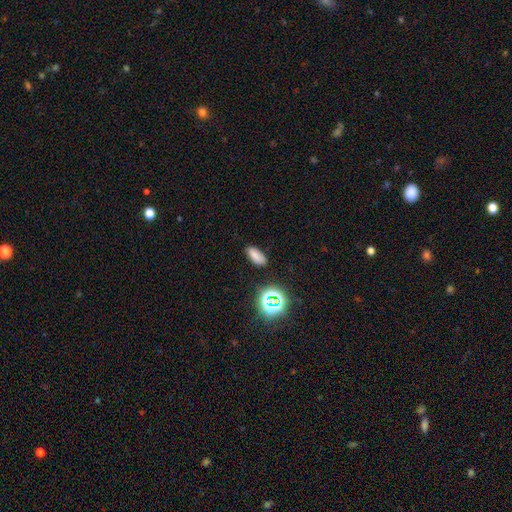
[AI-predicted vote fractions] Q: Smooth or featured?
A: smooth (75%); runner-up: star or artifact (18%)
Q: How rounded?
A: in between (84%); runner-up: cigar-shaped (11%)
Q: Merging?
A: none (84%); runner-up: minor disturbance (11%)